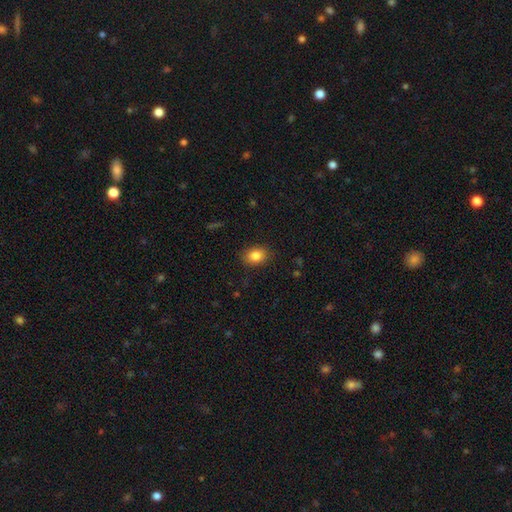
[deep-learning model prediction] Smooth or featured? Predicted: smooth (p=0.85). How rounded? Predicted: in between (p=0.66). Merging? Predicted: none (p=0.86).